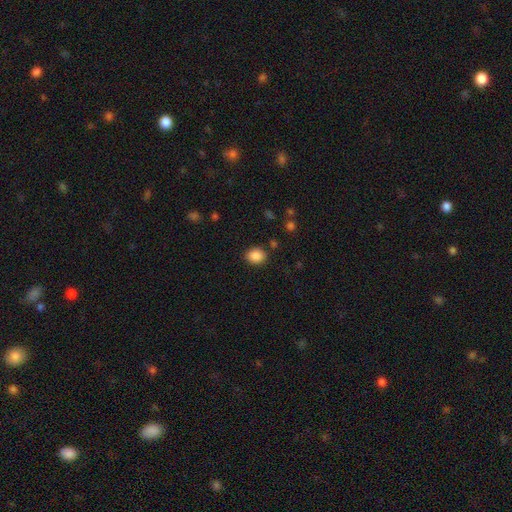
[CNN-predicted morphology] type=smooth (87%); roundness=round (57%); merging=none (85%).